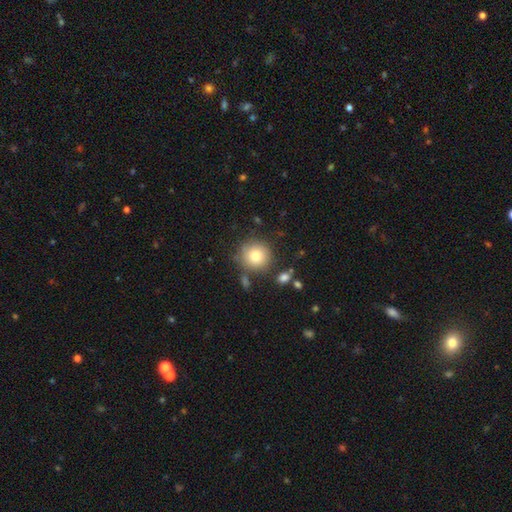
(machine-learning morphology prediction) The model was most divided on "smooth or featured": smooth: 78%, featured or disk: 12%, star or artifact: 10%. More confident: how rounded — round (94%); merging — none (81%).